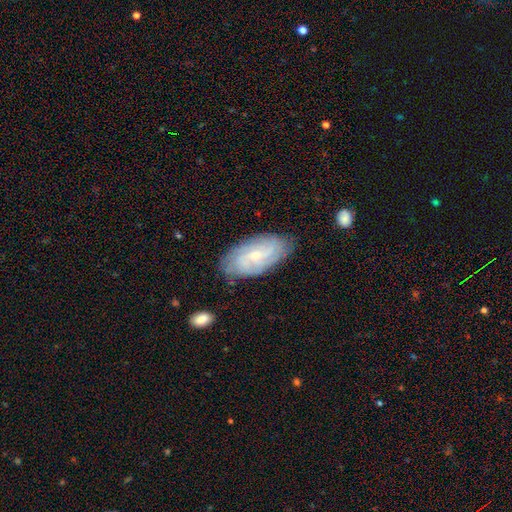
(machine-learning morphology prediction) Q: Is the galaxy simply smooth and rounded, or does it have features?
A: featured or disk — 66%.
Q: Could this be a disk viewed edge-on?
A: no — 93%.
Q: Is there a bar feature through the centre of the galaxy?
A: no — 47%.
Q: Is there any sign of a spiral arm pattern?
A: yes — 89%.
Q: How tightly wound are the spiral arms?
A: tight — 52%.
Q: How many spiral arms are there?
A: can't tell — 41%.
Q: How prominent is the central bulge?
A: small — 63%.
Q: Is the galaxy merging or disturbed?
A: none — 78%.